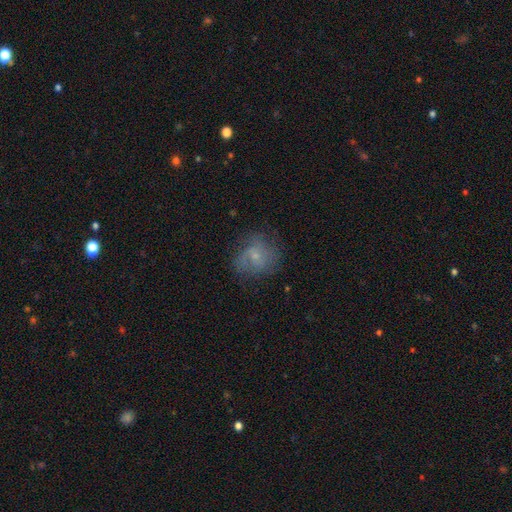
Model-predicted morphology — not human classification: This is possibly a featured or disk galaxy (48%). Merging: possibly none (58%).